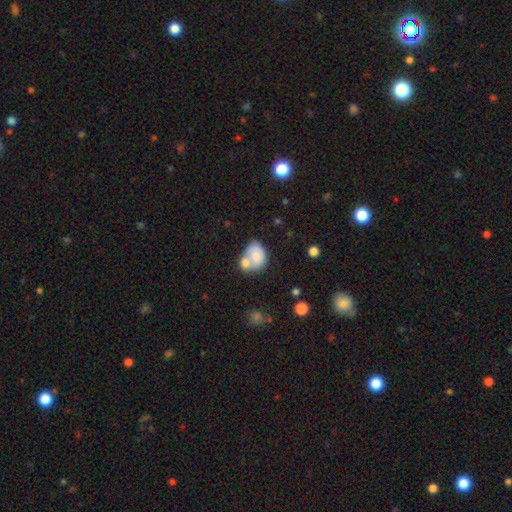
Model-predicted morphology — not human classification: The model was most divided on "merging": merger: 53%, none: 28%, minor disturbance: 13%, major disturbance: 6%. More confident: smooth or featured — smooth (75%); how rounded — in between (65%).